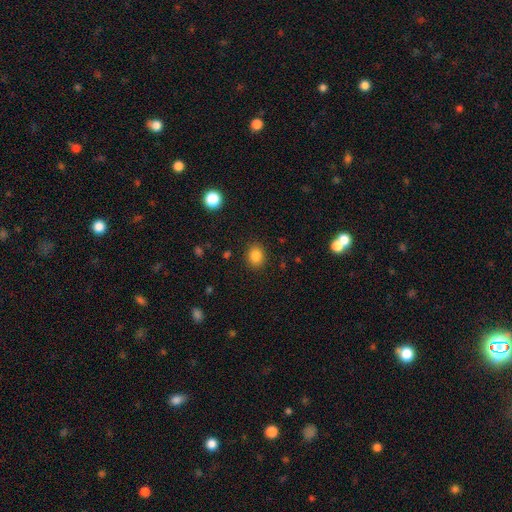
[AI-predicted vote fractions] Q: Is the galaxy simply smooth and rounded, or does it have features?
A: smooth — 84%.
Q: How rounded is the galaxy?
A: round — 69%.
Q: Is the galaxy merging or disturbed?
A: none — 89%.